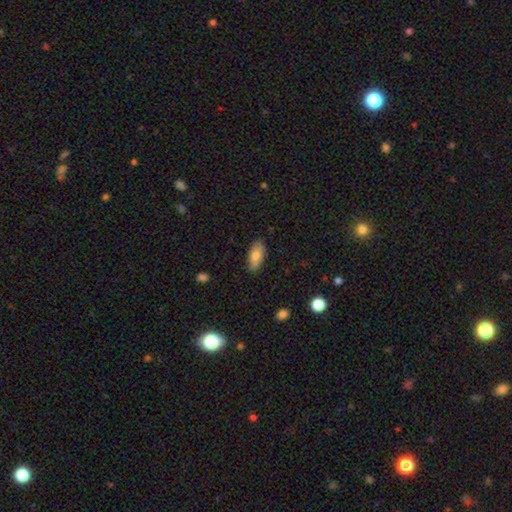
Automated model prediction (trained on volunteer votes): Smooth or featured: smooth — 82% (featured or disk — 11%)
How rounded: in between — 88% (cigar-shaped — 10%)
Merging: none — 85% (minor disturbance — 12%)